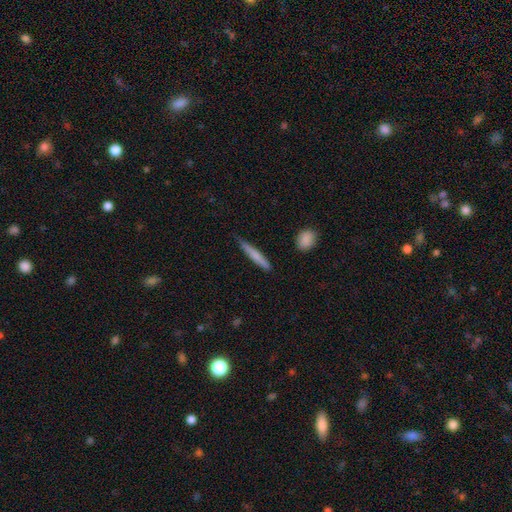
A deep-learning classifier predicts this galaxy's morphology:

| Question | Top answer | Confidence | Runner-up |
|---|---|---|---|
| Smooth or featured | smooth | 70% | featured or disk (24%) |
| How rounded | cigar-shaped | 94% | in between (5%) |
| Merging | none | 78% | minor disturbance (17%) |